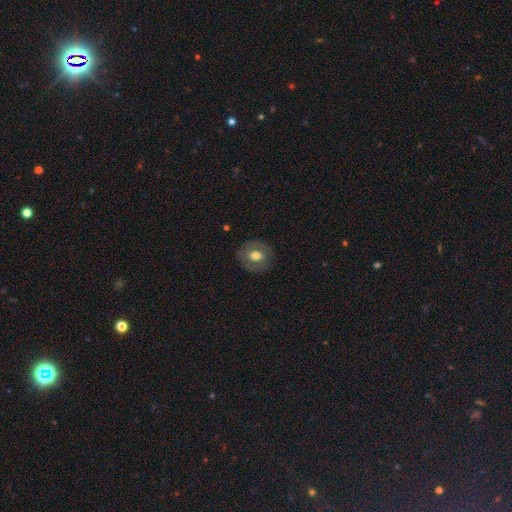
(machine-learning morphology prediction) This appears to be a smooth galaxy with no disk features (54%) that is round (72%). Merging: none (84%).